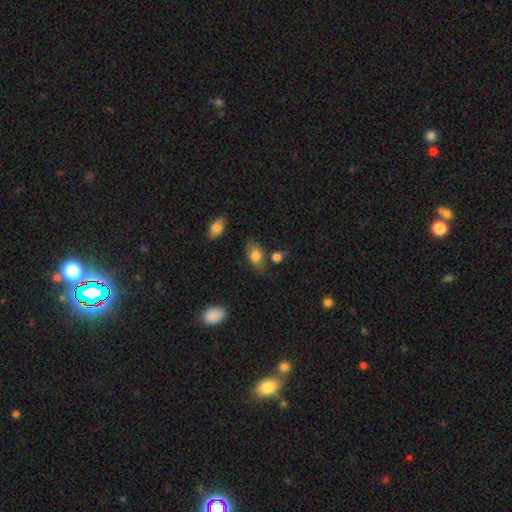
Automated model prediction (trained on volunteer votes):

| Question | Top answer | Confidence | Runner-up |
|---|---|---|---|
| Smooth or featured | smooth | 77% | featured or disk (15%) |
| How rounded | in between | 86% | round (11%) |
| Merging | none | 67% | minor disturbance (19%) |